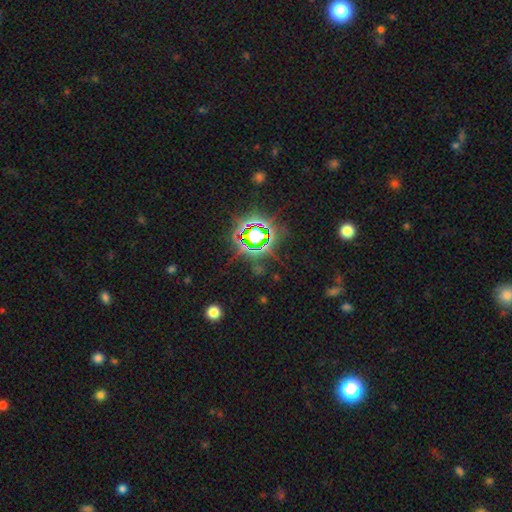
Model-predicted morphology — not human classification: A star or artifact, not a galaxy (79%).